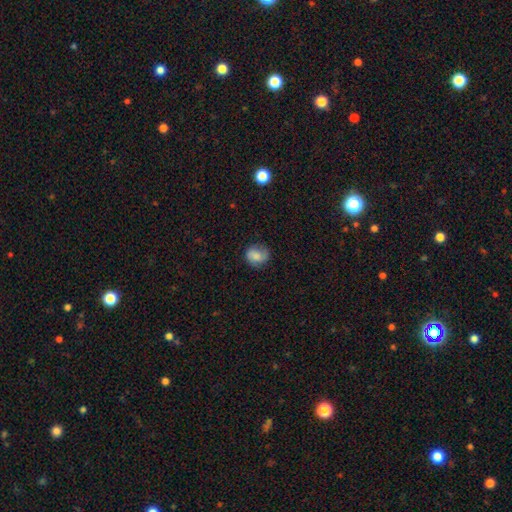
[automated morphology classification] A smooth galaxy with no disk features (70%) that is round (72%). Merging: none (71%).